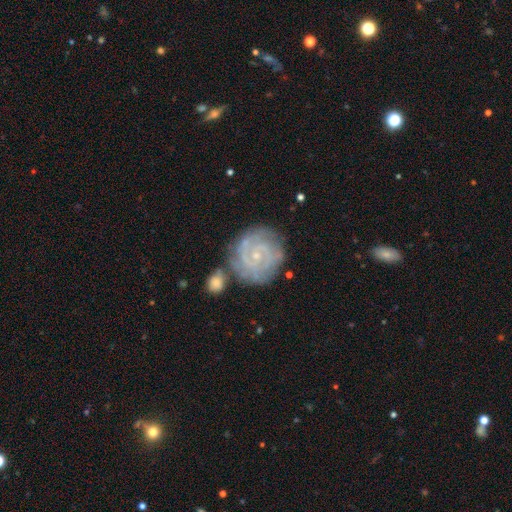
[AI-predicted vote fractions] A featured or disk galaxy (83%) with no bar (64%), 2 (31%) tight (75%) spiral arms (95%) and a small central bulge (81%). Merging: none (68%).